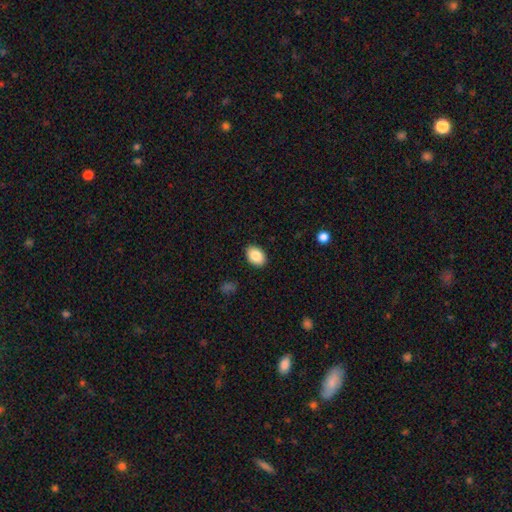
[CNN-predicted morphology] Smooth or featured: smooth — 86% (star or artifact — 7%)
How rounded: in between — 82% (round — 17%)
Merging: none — 89% (minor disturbance — 8%)